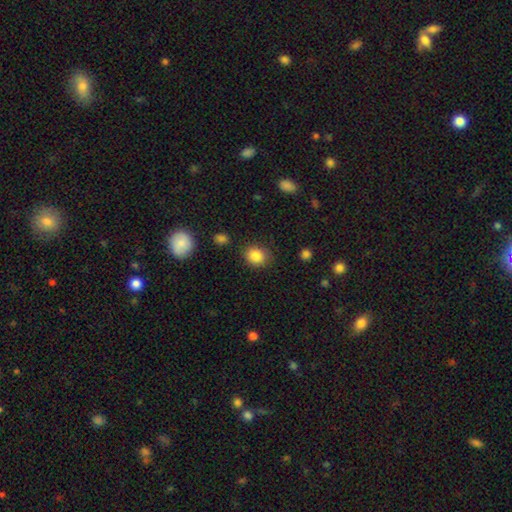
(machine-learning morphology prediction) A smooth galaxy with no disk features (86%) that is round (61%).

Vote fractions:
- Smooth or featured? smooth: 86% / star or artifact: 10% / featured or disk: 5%
- How rounded? round: 61% / in between: 38% / cigar-shaped: 1%
- Merging? none: 82% / minor disturbance: 12% / major disturbance: 3% / merger: 2%